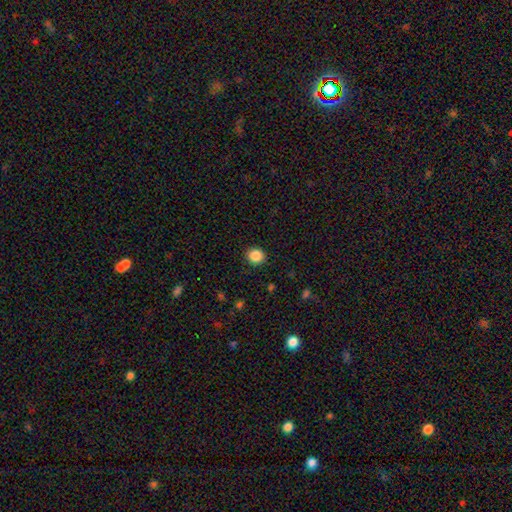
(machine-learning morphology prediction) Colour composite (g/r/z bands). It shows a smooth galaxy with no disk features (87%) that is round (85%). Merging: none (90%).